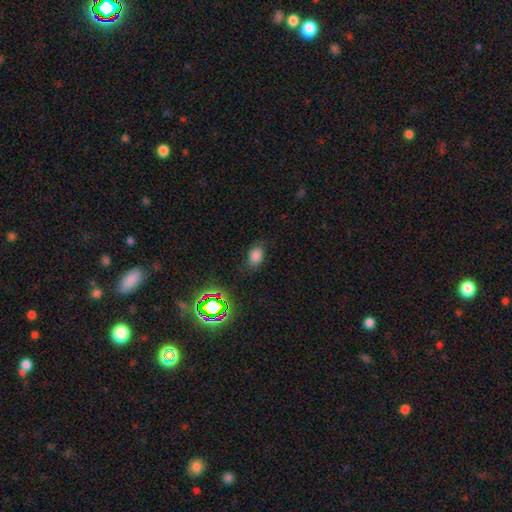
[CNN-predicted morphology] A smooth galaxy with no disk features (75%) that is in between round and cigar-shaped (78%).

Vote fractions:
- Smooth or featured? smooth: 75% / star or artifact: 17% / featured or disk: 7%
- How rounded? in between: 78% / round: 20% / cigar-shaped: 2%
- Merging? none: 77% / minor disturbance: 17% / major disturbance: 5% / merger: 2%